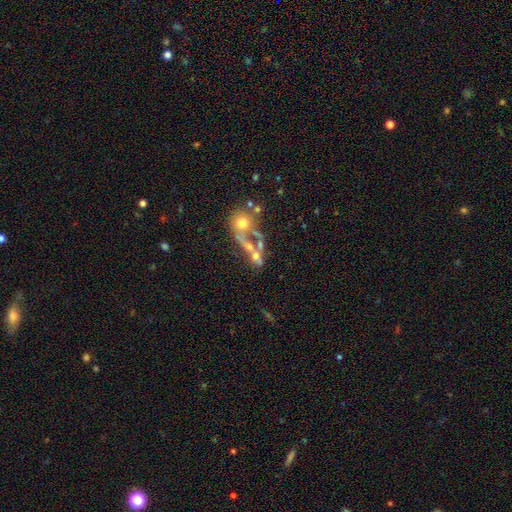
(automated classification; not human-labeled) Smooth or featured?
  - smooth: 42% *
  - featured or disk: 40%
  - star or artifact: 19%
Merging?
  - merger: 50% *
  - none: 24%
  - major disturbance: 17%
  - minor disturbance: 9%